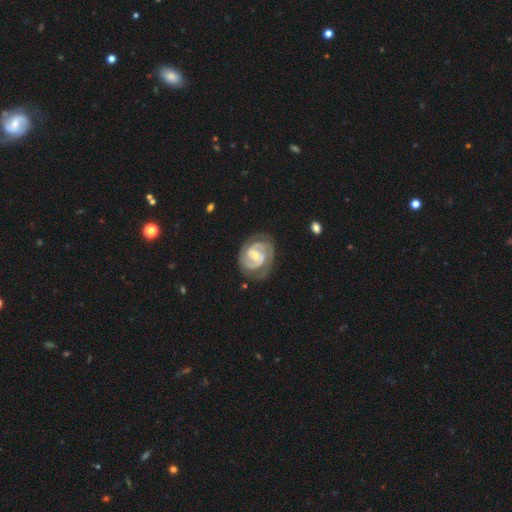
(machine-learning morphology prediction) Smooth or featured? featured or disk (88%)
Edge-on disk? no (98%)
Bar? weak (50%)
Spiral arms? yes (97%)
Spiral winding? tight (67%)
Spiral arm count? 2 (70%)
Bulge size? small (50%)
Merging? none (73%)